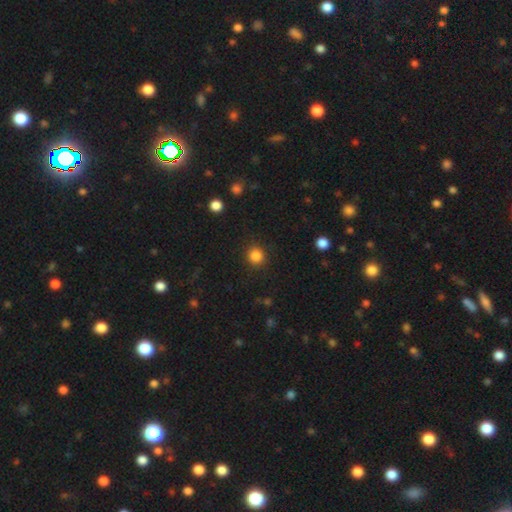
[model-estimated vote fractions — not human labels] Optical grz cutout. It shows a smooth galaxy with no disk features (85%) that is round (91%). Merging: none (90%).